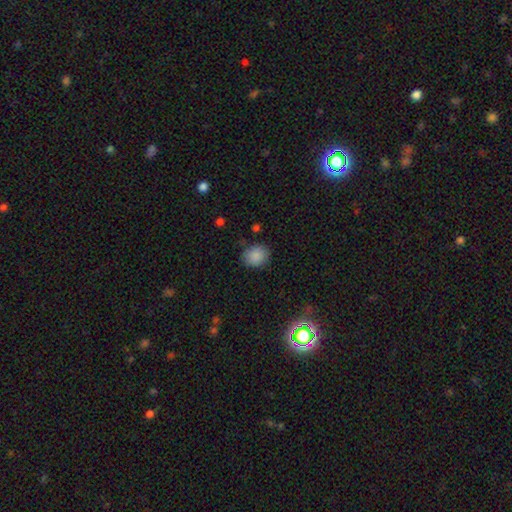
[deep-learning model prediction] smooth 87%, star or artifact 9%, featured or disk 4%. Down the decision tree: how rounded — round (61%); merging — none (80%).